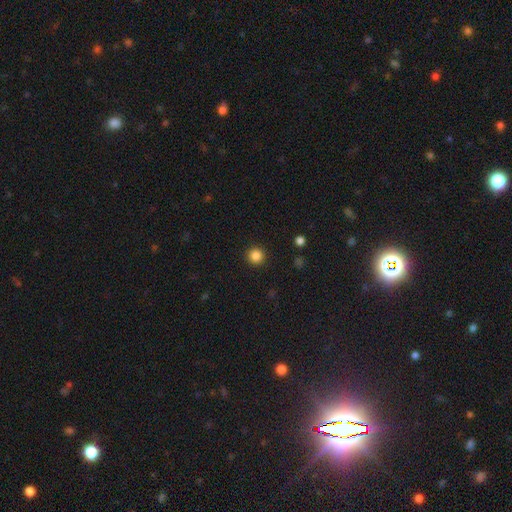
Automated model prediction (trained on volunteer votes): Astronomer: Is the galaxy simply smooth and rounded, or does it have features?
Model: smooth — 85%.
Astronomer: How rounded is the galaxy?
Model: round — 96%.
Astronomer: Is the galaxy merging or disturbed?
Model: none — 92%.